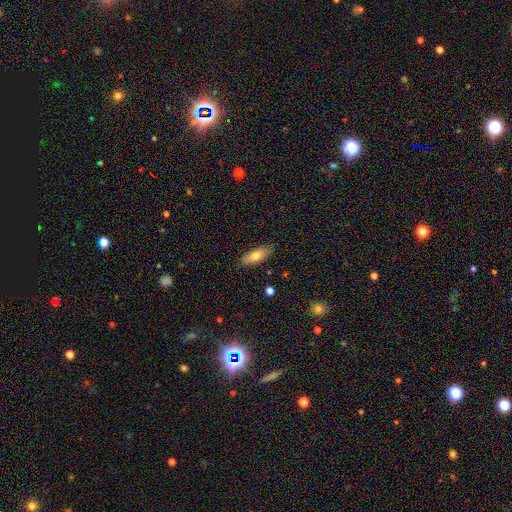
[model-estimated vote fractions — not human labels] Morphology: type=smooth (70%); roundness=in between (72%); merging=none (88%).